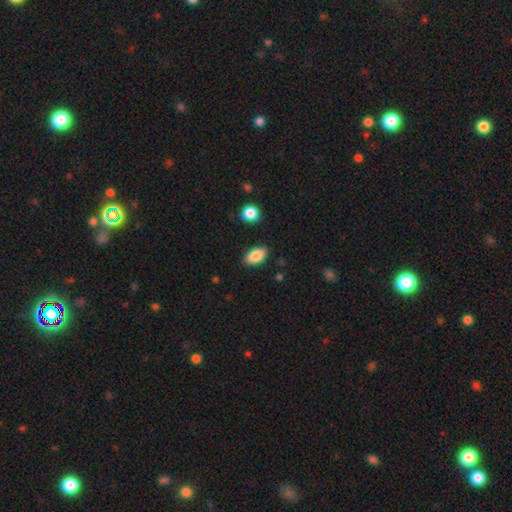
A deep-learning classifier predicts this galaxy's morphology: smooth-or-featured: smooth: 85% | star or artifact: 8% | featured or disk: 7%
  how-rounded: in between: 91% | round: 6% | cigar-shaped: 3%
  merging: none: 84% | minor disturbance: 12% | major disturbance: 2% | merger: 2%